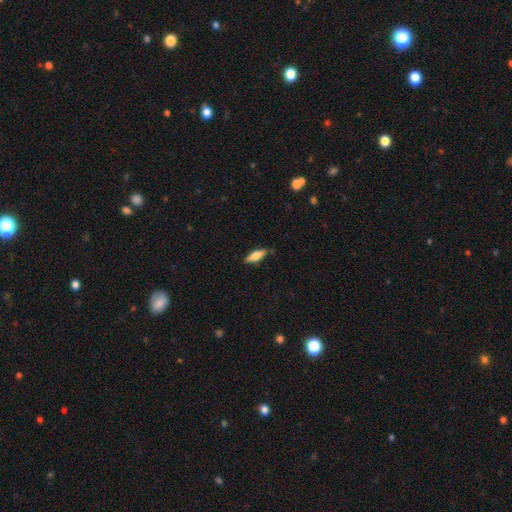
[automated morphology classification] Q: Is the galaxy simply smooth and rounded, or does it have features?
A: smooth — 64%.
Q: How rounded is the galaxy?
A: in between — 54%.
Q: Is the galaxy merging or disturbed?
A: none — 80%.